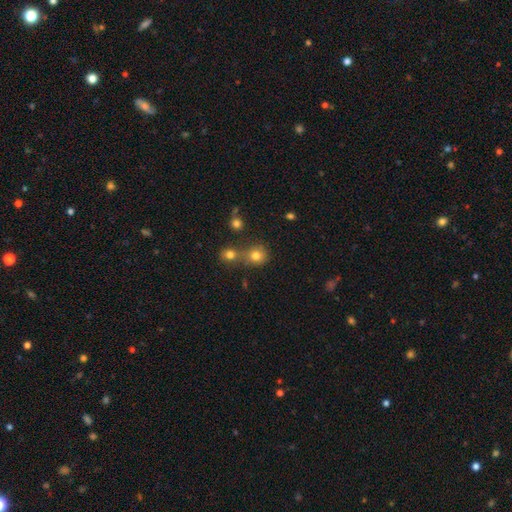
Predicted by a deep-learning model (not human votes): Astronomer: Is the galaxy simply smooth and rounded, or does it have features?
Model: smooth — 77%.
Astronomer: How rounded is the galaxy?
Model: round — 84%.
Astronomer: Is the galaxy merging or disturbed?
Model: none — 51% (runner-up: merger, 36%).